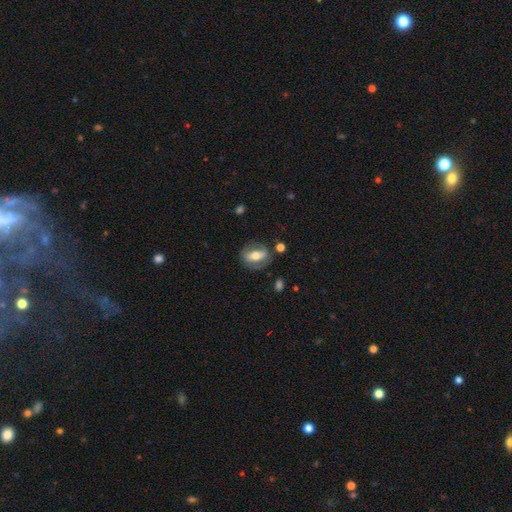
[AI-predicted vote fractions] Overall: featured or disk (53%; smooth 40%). Edge-on disk: no (86%). Merging: none (72%).